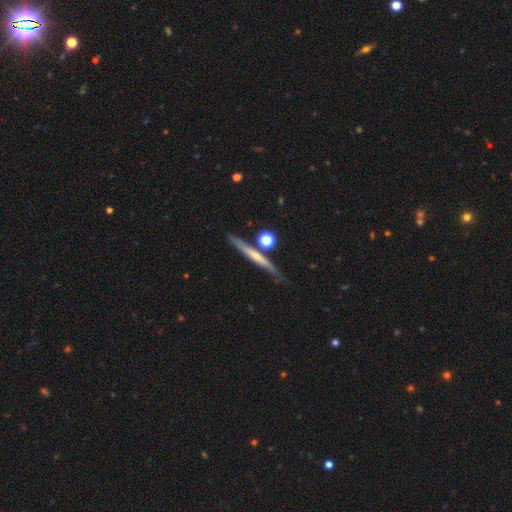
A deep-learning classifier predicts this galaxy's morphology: Overall: featured or disk (64%; smooth 28%). Edge-on disk: yes (95%). Edge-on bulge: none (47%; rounded 46%). Merging: none (79%).